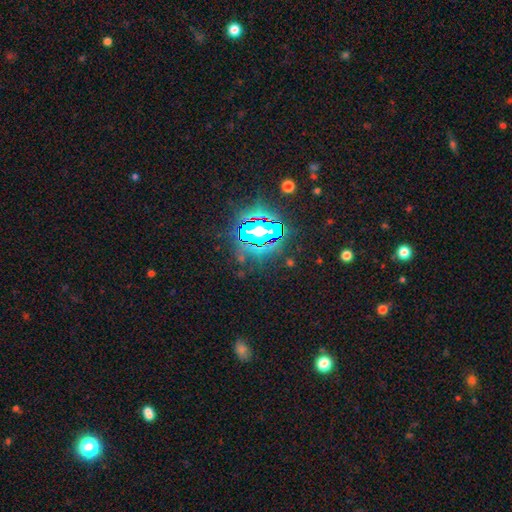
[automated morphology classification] Smooth or featured? Predicted: star or artifact (p=0.79).